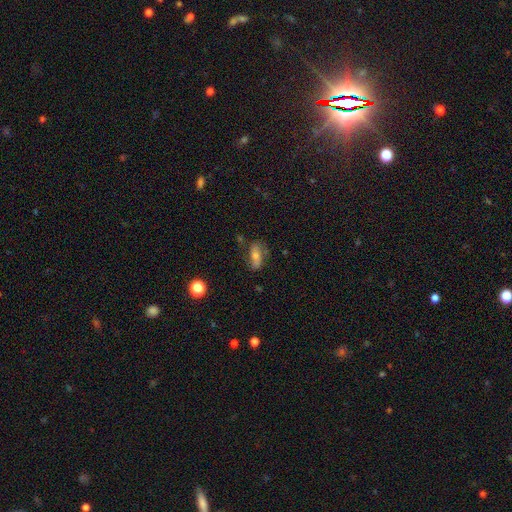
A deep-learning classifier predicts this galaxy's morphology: This appears to be a smooth galaxy with no disk features (54%) that is in between round and cigar-shaped (75%). Merging: none (72%).